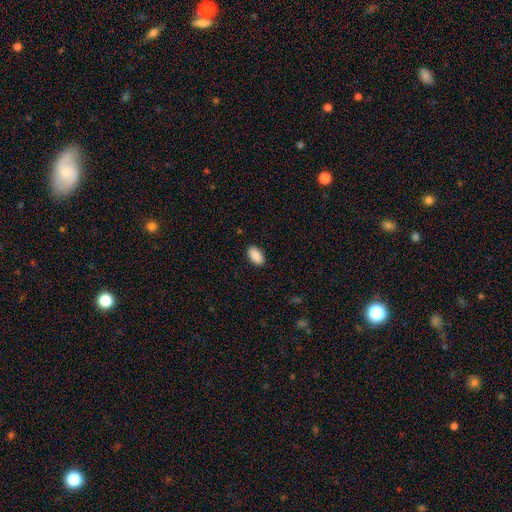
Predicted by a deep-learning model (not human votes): Smooth or featured: smooth — 90% (star or artifact — 7%)
How rounded: in between — 95% (round — 3%)
Merging: none — 89% (minor disturbance — 8%)